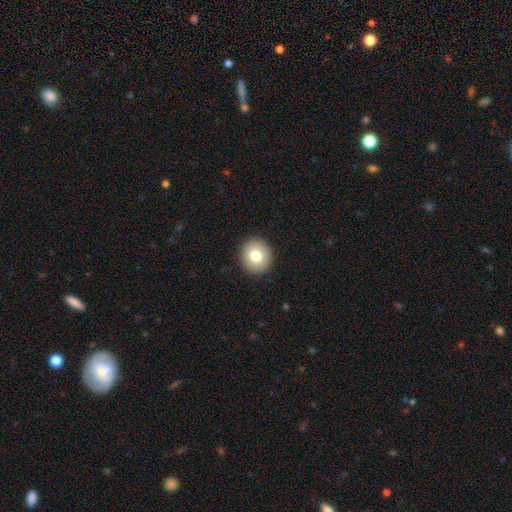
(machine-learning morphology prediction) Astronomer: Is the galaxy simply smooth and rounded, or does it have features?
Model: smooth — 79%.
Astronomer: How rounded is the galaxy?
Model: round — 86%.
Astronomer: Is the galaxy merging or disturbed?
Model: none — 92%.